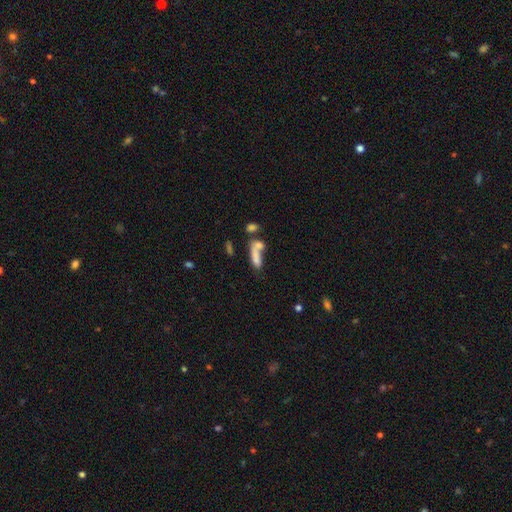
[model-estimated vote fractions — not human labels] The model was most divided on "how rounded": in between: 56%, cigar-shaped: 39%, round: 5%. More confident: smooth or featured — smooth (70%); merging — merger (52%).